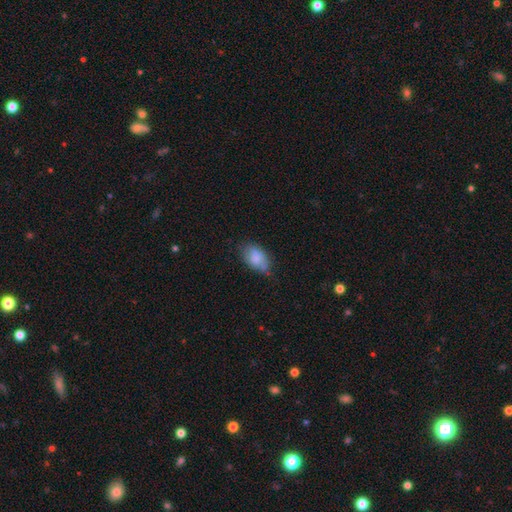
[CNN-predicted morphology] A smooth galaxy with no disk features (74%) that is in between round and cigar-shaped (89%).

Vote fractions:
- Smooth or featured? smooth: 74% / featured or disk: 17% / star or artifact: 9%
- How rounded? in between: 89% / round: 8% / cigar-shaped: 2%
- Merging? none: 57% / minor disturbance: 32% / major disturbance: 8% / merger: 3%